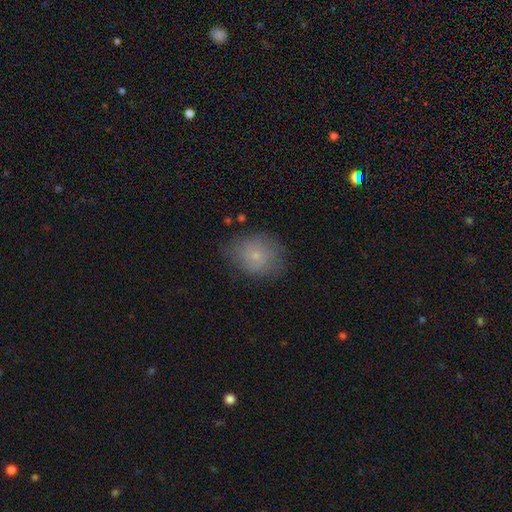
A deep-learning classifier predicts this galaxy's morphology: Smooth or featured?
  - smooth: 68% *
  - featured or disk: 22%
  - star or artifact: 10%
How rounded?
  - round: 56% *
  - in between: 43%
  - cigar-shaped: 1%
Merging?
  - none: 68% *
  - minor disturbance: 23%
  - major disturbance: 8%
  - merger: 2%